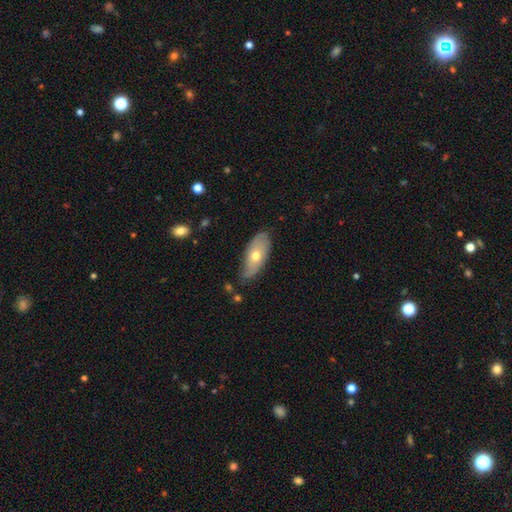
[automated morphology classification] A smooth galaxy with no disk features (48%).

Vote fractions:
- Smooth or featured? smooth: 48% / featured or disk: 44% / star or artifact: 7%
- Merging? none: 71% / minor disturbance: 23% / major disturbance: 4% / merger: 2%